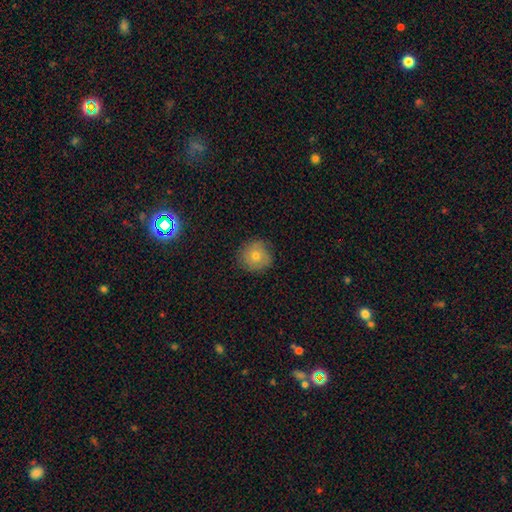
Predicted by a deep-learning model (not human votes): The model was most divided on "smooth or featured": smooth: 65%, featured or disk: 22%, star or artifact: 13%. More confident: how rounded — round (91%); merging — none (81%).